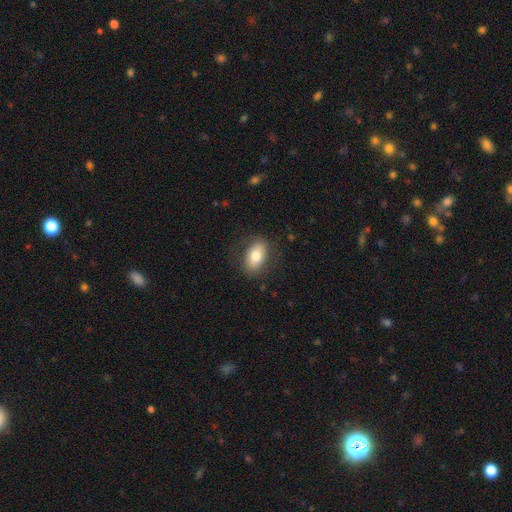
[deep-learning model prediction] Q: Smooth or featured?
A: smooth (75%); runner-up: featured or disk (18%)
Q: How rounded?
A: in between (87%); runner-up: round (10%)
Q: Merging?
A: none (82%); runner-up: minor disturbance (12%)